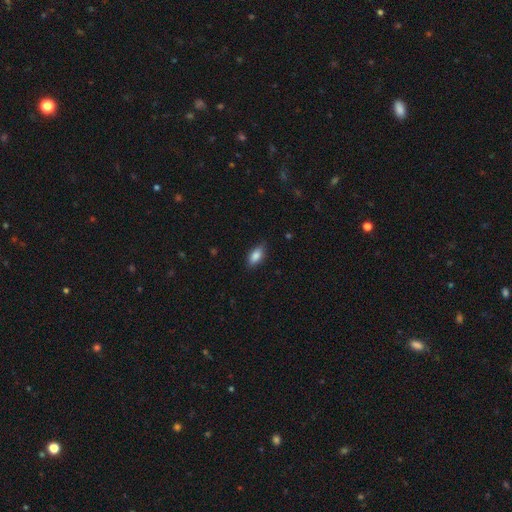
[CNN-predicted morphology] smooth 85%, featured or disk 8%, star or artifact 7%. Down the decision tree: how rounded — in between (88%); merging — none (81%).